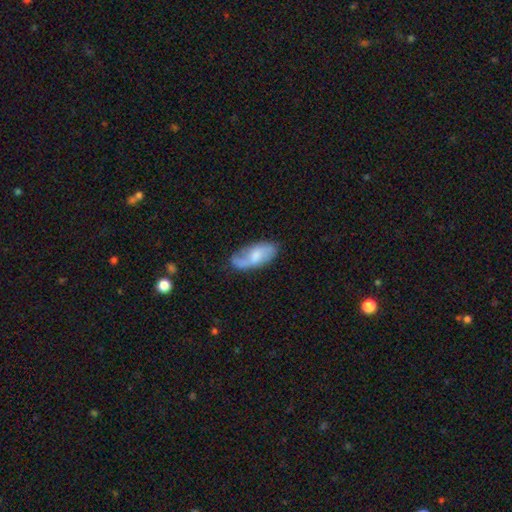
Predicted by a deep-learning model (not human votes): A smooth galaxy with no disk features (47%). Merging: none (58%).